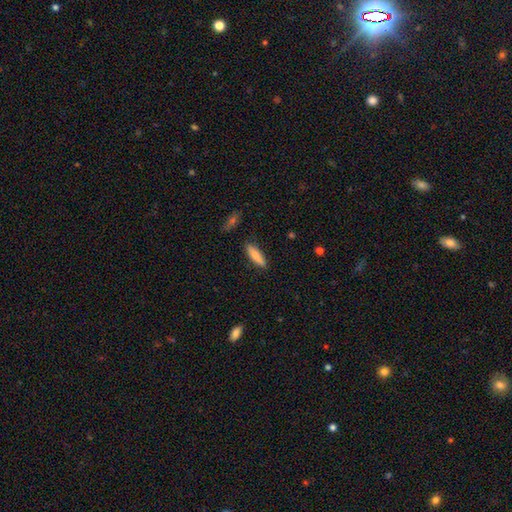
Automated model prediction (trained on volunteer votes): smooth 78%, featured or disk 16%, star or artifact 6%. Down the decision tree: how rounded — cigar-shaped (67%); merging — none (87%).